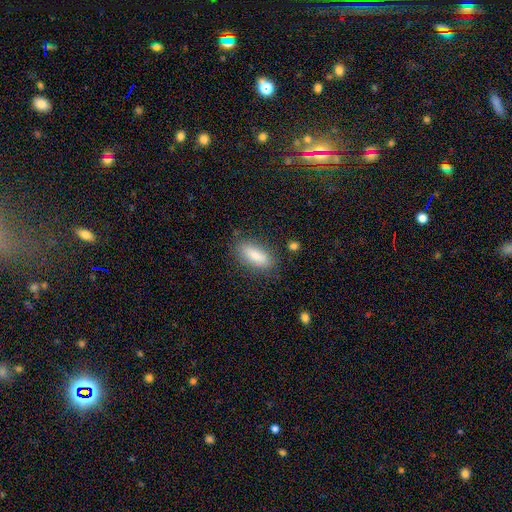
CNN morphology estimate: This is clearly a smooth galaxy (80%). How rounded: likely in between (75%). Merging: likely none (80%).